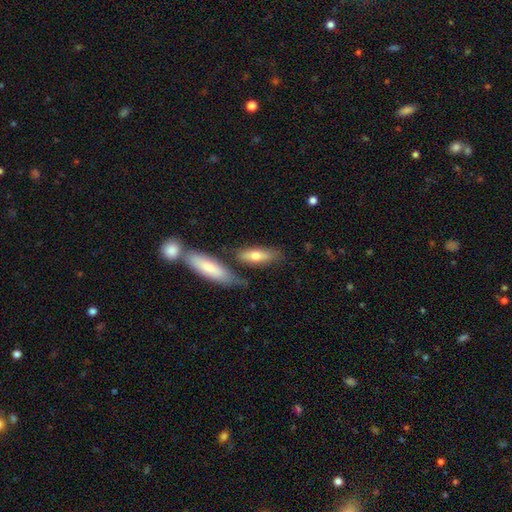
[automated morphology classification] Q: Smooth or featured?
A: smooth (67%); runner-up: featured or disk (27%)
Q: How rounded?
A: in between (52%); runner-up: cigar-shaped (45%)
Q: Merging?
A: none (62%); runner-up: merger (17%)